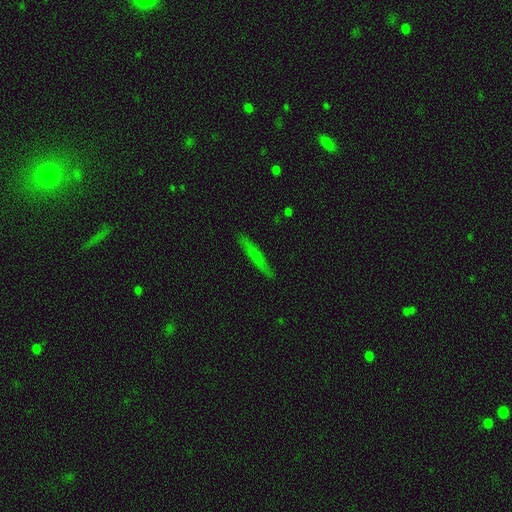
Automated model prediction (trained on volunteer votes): Overall: smooth (57%; featured or disk 34%). How rounded: cigar-shaped (93%). Merging: none (87%).